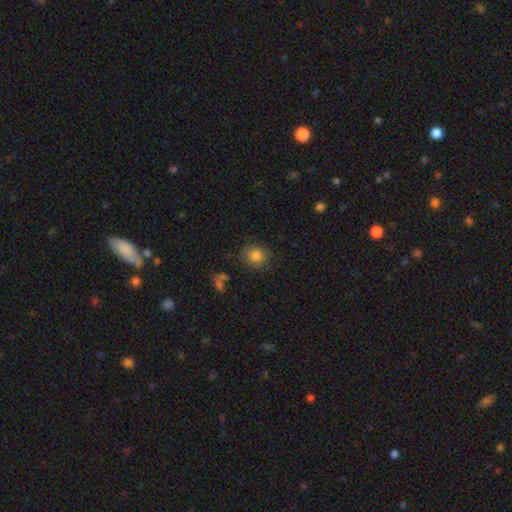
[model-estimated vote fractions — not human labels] Morphology: type=smooth (83%); roundness=round (85%); merging=none (85%).